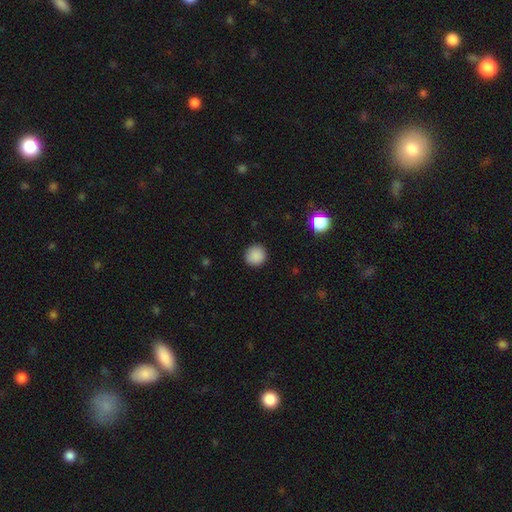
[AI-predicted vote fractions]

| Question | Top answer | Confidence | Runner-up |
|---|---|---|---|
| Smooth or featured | smooth | 88% | star or artifact (9%) |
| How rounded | round | 93% | in between (6%) |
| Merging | none | 91% | minor disturbance (6%) |